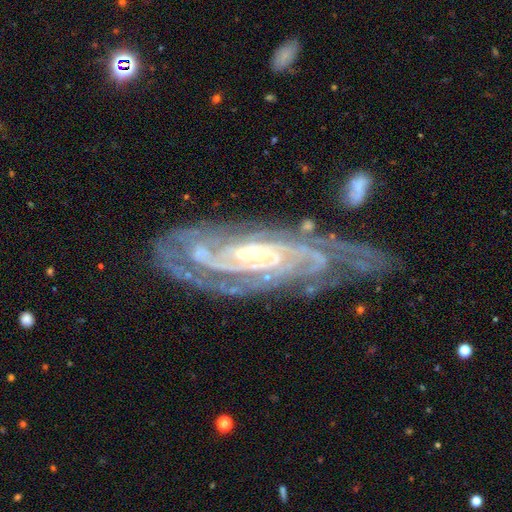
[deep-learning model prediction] Q: Smooth or featured?
A: featured or disk (90%); runner-up: star or artifact (6%)
Q: Edge-on disk?
A: no (91%); runner-up: yes (9%)
Q: Bar?
A: no (59%); runner-up: weak (27%)
Q: Spiral arms?
A: yes (98%); runner-up: no (2%)
Q: Spiral winding?
A: tight (75%); runner-up: medium (22%)
Q: Spiral arm count?
A: can't tell (26%); runner-up: 2 (21%)
Q: Bulge size?
A: small (76%); runner-up: moderate (18%)
Q: Merging?
A: none (66%); runner-up: minor disturbance (21%)